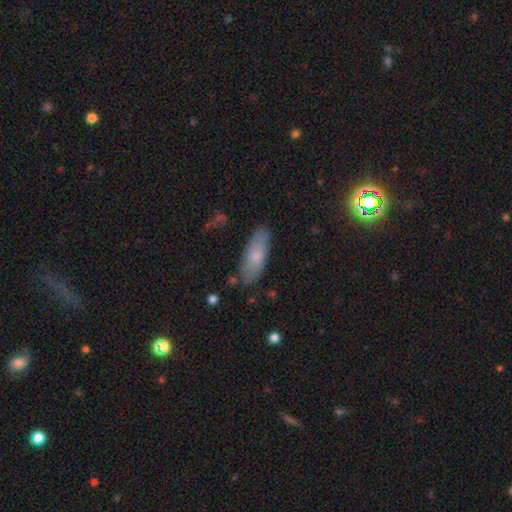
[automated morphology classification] Smooth or featured? Predicted: smooth (p=0.72). How rounded? Predicted: in between (p=0.68). Merging? Predicted: none (p=0.80).